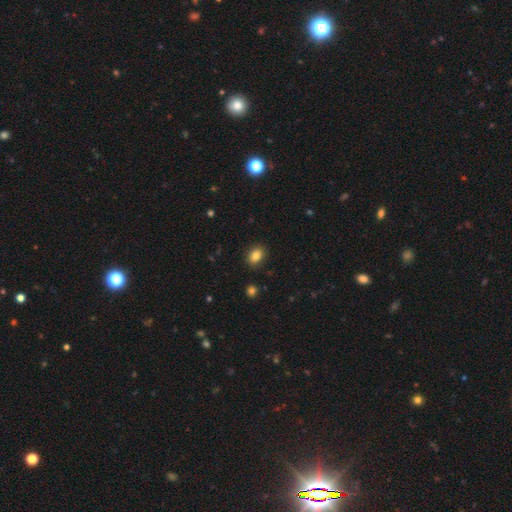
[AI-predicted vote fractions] A smooth galaxy with no disk features (84%) that is in between round and cigar-shaped (72%).

Vote fractions:
- Smooth or featured? smooth: 84% / star or artifact: 10% / featured or disk: 6%
- How rounded? in between: 72% / round: 27% / cigar-shaped: 1%
- Merging? none: 88% / minor disturbance: 9% / major disturbance: 2% / merger: 1%